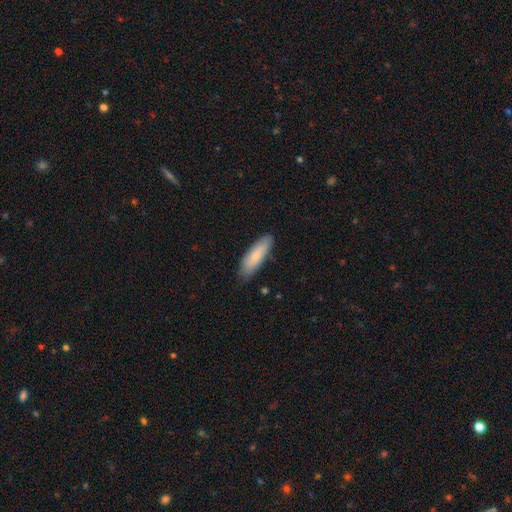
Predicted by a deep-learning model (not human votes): smooth_or_featured: smooth (p=0.79) [alt: featured or disk p=0.15]
how_rounded: cigar-shaped (p=0.53) [alt: in between p=0.45]
merging: none (p=0.80) [alt: minor disturbance p=0.16]